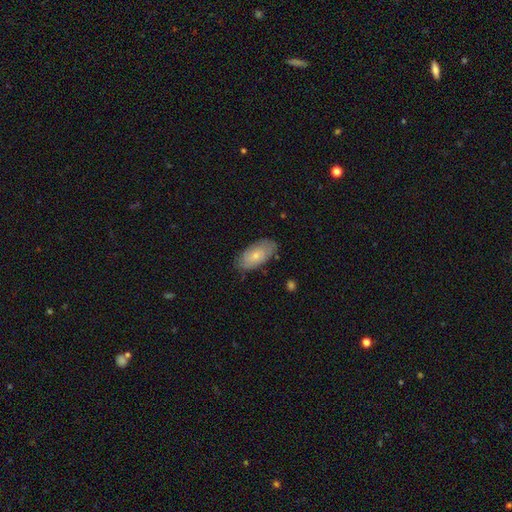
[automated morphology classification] The model was most divided on "smooth or featured": smooth: 59%, featured or disk: 34%, star or artifact: 6%. More confident: how rounded — in between (93%); merging — none (74%).